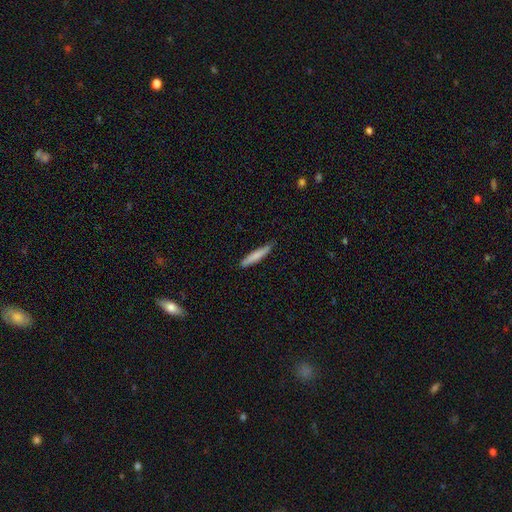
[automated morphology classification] smooth-or-featured: smooth: 79% | featured or disk: 15% | star or artifact: 6%
  how-rounded: cigar-shaped: 92% | in between: 7% | round: 1%
  merging: none: 84% | minor disturbance: 13% | major disturbance: 2% | merger: 1%